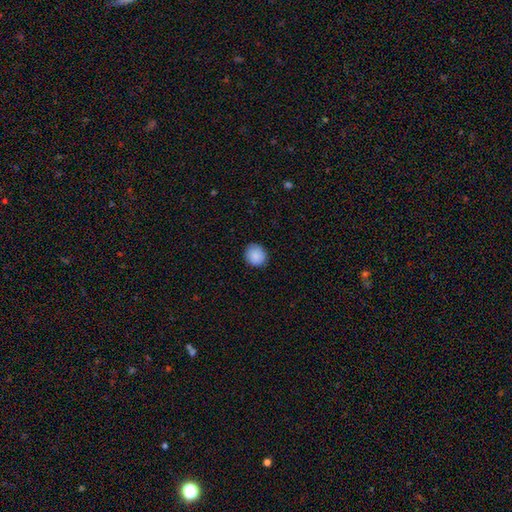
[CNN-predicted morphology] Q: Smooth or featured?
A: smooth (89%); runner-up: star or artifact (7%)
Q: How rounded?
A: round (87%); runner-up: in between (12%)
Q: Merging?
A: none (88%); runner-up: minor disturbance (9%)